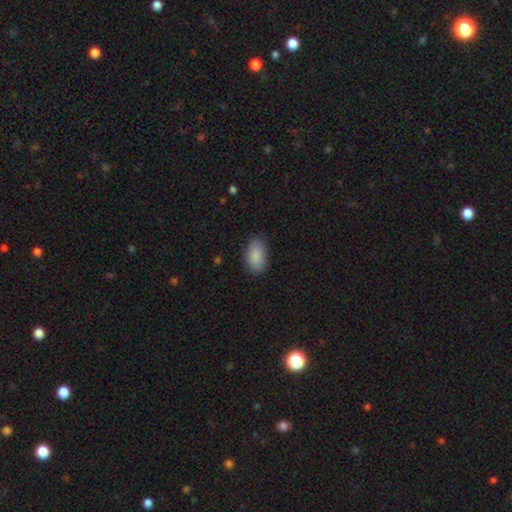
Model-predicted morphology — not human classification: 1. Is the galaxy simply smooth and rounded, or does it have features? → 88% smooth, 7% star or artifact, 5% featured or disk.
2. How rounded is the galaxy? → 90% in between, 9% round, 1% cigar-shaped.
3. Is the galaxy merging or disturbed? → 82% none, 14% minor disturbance, 3% major disturbance, 1% merger.